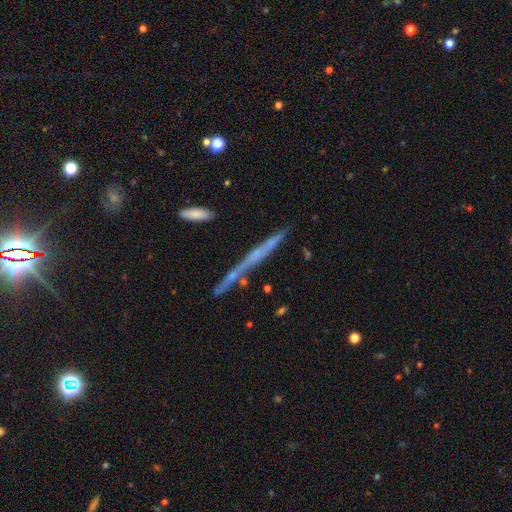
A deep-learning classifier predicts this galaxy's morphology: type=featured or disk (59%); edge-on=yes (93%); edge-on bulge=none (75%); merging=none (76%).